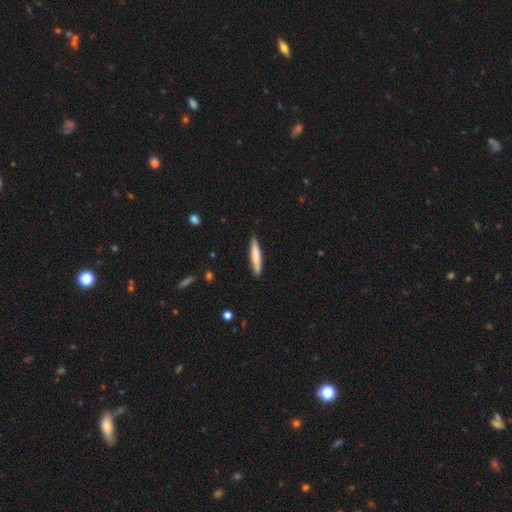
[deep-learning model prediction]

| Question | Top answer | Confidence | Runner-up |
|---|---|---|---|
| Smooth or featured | smooth | 71% | featured or disk (24%) |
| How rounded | cigar-shaped | 92% | in between (7%) |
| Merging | none | 86% | minor disturbance (11%) |